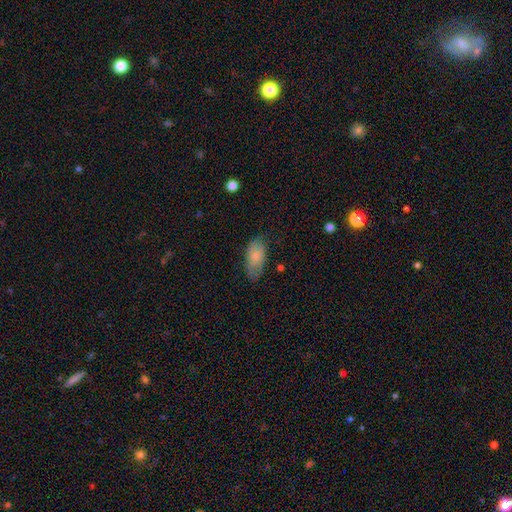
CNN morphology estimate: A smooth galaxy with no disk features (79%) that is in between round and cigar-shaped (91%). Merging: none (68%).